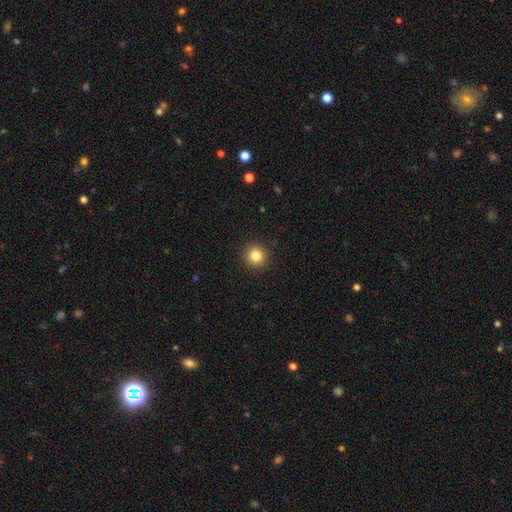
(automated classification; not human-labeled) smooth 83%, star or artifact 11%, featured or disk 5%. Down the decision tree: how rounded — round (95%); merging — none (93%).